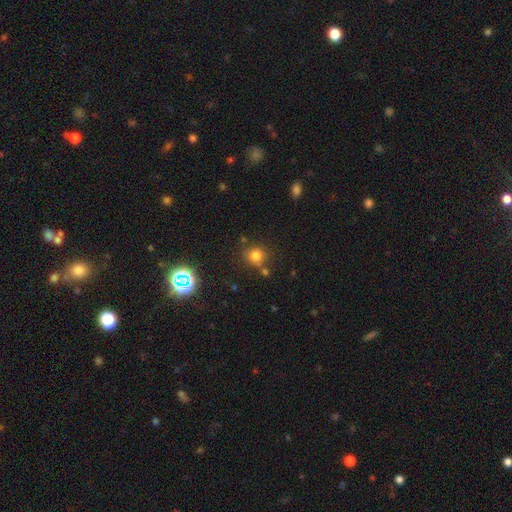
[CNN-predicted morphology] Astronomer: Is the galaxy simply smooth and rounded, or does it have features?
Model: smooth — 75%.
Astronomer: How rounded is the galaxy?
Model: round — 86%.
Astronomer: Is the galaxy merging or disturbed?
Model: none — 73%.